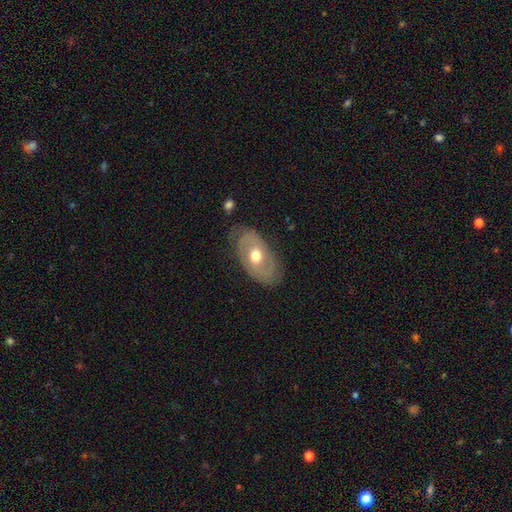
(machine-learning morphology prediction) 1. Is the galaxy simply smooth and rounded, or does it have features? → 63% featured or disk, 32% smooth, 6% star or artifact.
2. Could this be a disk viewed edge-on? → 91% no, 9% yes.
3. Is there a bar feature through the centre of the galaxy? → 72% no, 22% weak, 6% strong.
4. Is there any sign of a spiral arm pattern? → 52% yes, 48% no.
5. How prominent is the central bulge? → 77% moderate, 12% large, 9% small, 1% dominant, 1% none.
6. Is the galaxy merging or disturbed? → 74% none, 18% minor disturbance, 7% major disturbance, 1% merger.